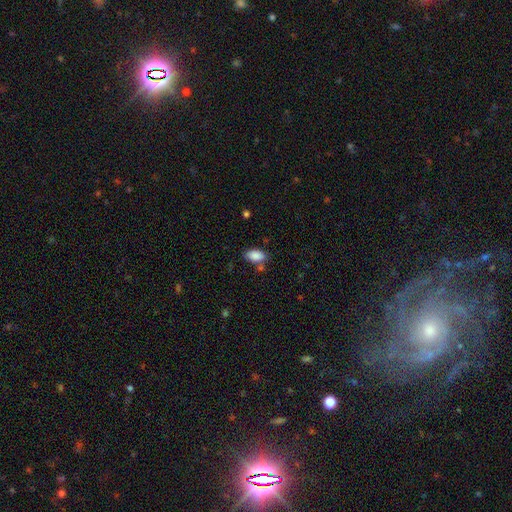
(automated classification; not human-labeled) Overall: smooth (88%). How rounded: in between (93%). Merging: none (73%).